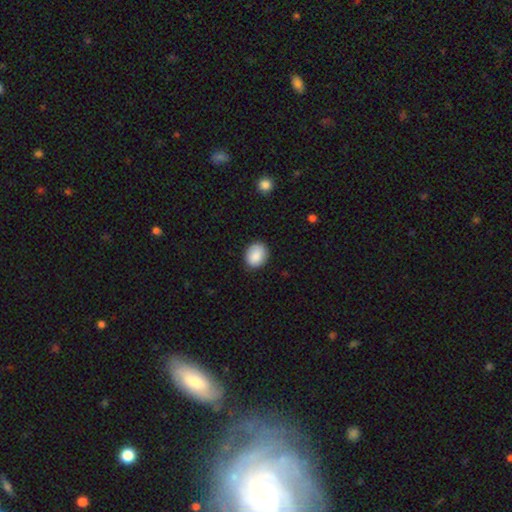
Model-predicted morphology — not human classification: A smooth galaxy with no disk features (88%) that is in between round and cigar-shaped (56%). Merging: none (85%).